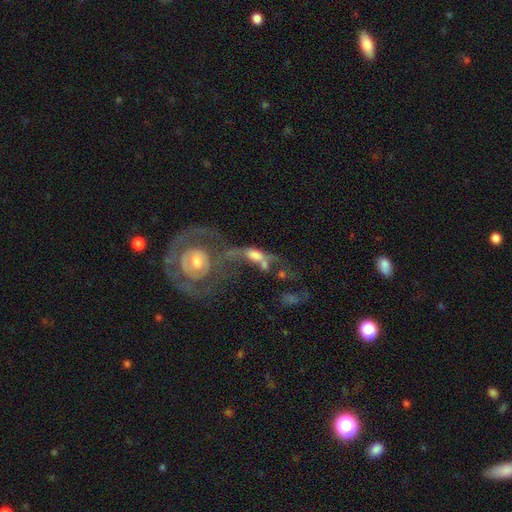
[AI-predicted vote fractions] smooth_or_featured: featured or disk (p=0.53) [alt: smooth p=0.35]
disk_edge_on: no (p=0.85) [alt: yes p=0.15]
merging: merger (p=0.52) [alt: major disturbance p=0.24]